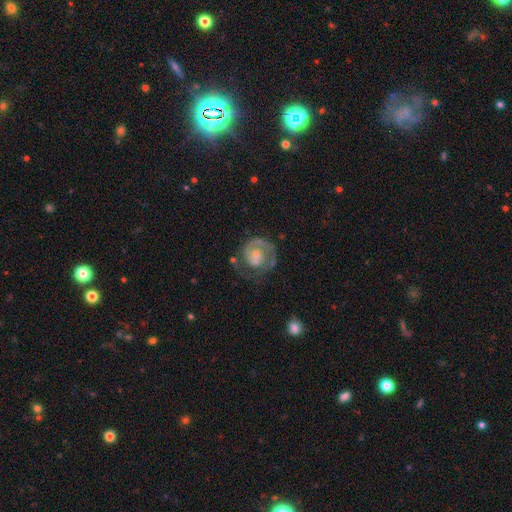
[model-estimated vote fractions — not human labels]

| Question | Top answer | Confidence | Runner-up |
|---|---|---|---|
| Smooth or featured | featured or disk | 69% | smooth (24%) |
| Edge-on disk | no | 98% | yes (2%) |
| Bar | no | 69% | weak (27%) |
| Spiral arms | yes | 81% | no (19%) |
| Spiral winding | tight | 53% | medium (32%) |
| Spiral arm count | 1 | 55% | 2 (25%) |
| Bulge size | small | 48% | moderate (31%) |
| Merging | none | 52% | major disturbance (24%) |